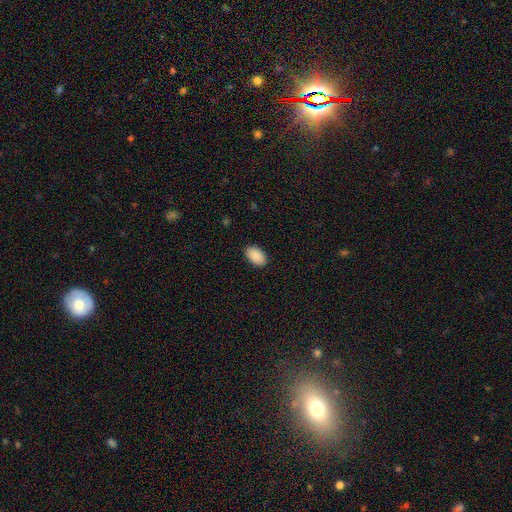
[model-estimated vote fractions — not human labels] Smooth or featured?
  - smooth: 91% *
  - star or artifact: 6%
  - featured or disk: 2%
How rounded?
  - in between: 94% *
  - round: 5%
  - cigar-shaped: 1%
Merging?
  - none: 90% *
  - minor disturbance: 8%
  - major disturbance: 2%
  - merger: 1%